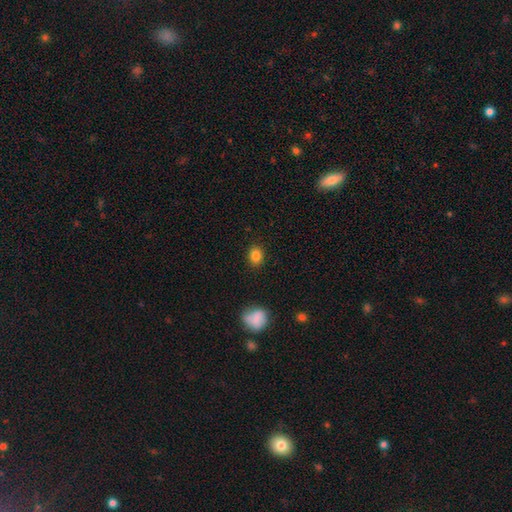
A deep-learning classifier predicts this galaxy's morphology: Smooth or featured? smooth (84%)
How rounded? round (54%)
Merging? none (88%)